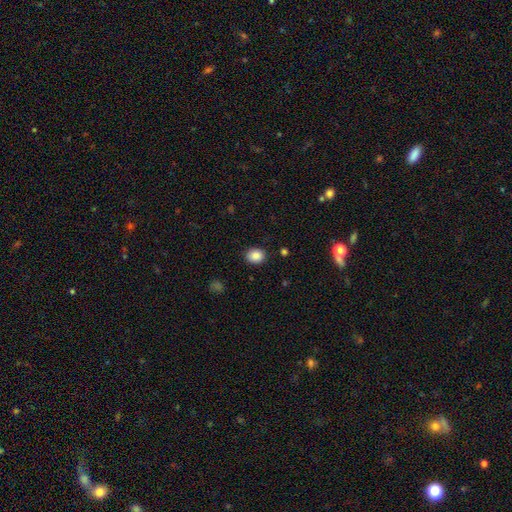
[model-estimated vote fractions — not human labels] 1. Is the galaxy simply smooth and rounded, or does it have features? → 87% smooth, 9% star or artifact, 4% featured or disk.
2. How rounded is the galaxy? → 52% round, 47% in between, 1% cigar-shaped.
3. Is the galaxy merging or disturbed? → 88% none, 8% minor disturbance, 2% major disturbance, 1% merger.